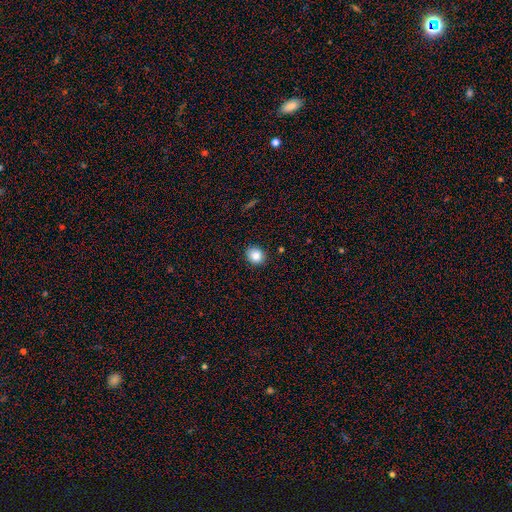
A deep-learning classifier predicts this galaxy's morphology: smooth-or-featured: smooth: 85% | star or artifact: 10% | featured or disk: 5%
  how-rounded: round: 74% | in between: 25% | cigar-shaped: 1%
  merging: none: 90% | minor disturbance: 7% | major disturbance: 2% | merger: 1%